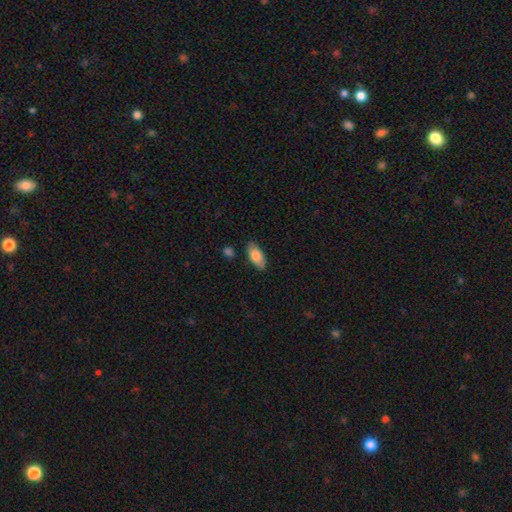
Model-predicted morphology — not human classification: Smooth or featured? smooth (82%)
How rounded? in between (87%)
Merging? none (84%)